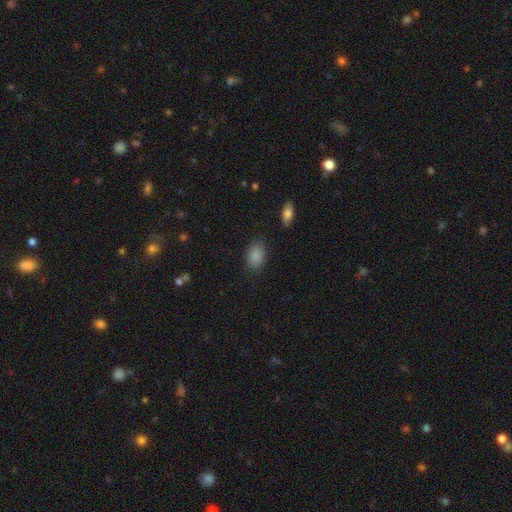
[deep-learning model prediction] Morphology: type=smooth (88%); roundness=in between (86%); merging=none (85%).